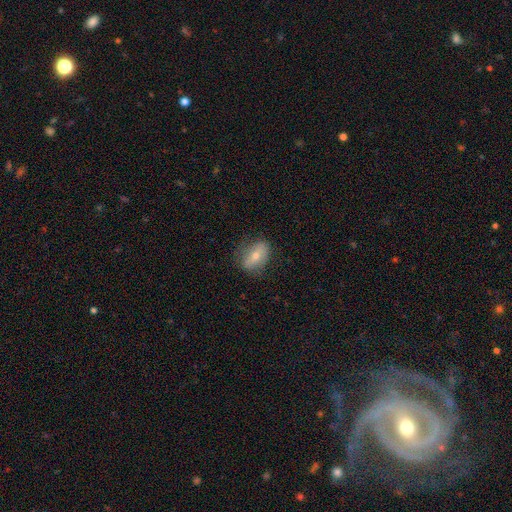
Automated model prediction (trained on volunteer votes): smooth-or-featured: smooth: 50% | featured or disk: 40% | star or artifact: 10%
  merging: none: 75% | minor disturbance: 18% | major disturbance: 6% | merger: 1%